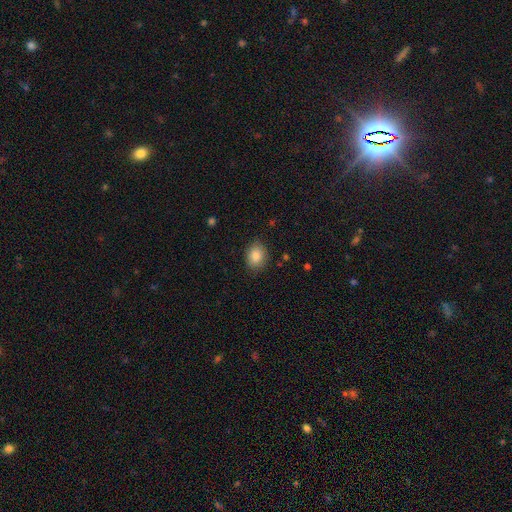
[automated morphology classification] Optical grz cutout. It shows a smooth galaxy with no disk features (86%) that is in between round and cigar-shaped (60%). Merging: none (85%).